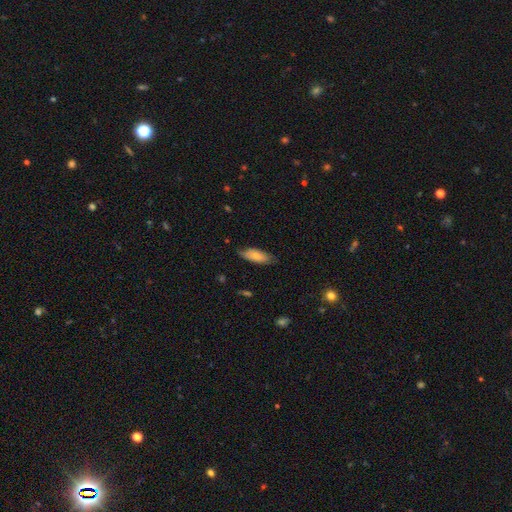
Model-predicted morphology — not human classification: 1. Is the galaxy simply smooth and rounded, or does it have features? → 78% smooth, 16% featured or disk, 6% star or artifact.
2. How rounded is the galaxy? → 71% in between, 27% cigar-shaped, 2% round.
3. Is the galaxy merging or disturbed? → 75% none, 21% minor disturbance, 3% major disturbance, 1% merger.